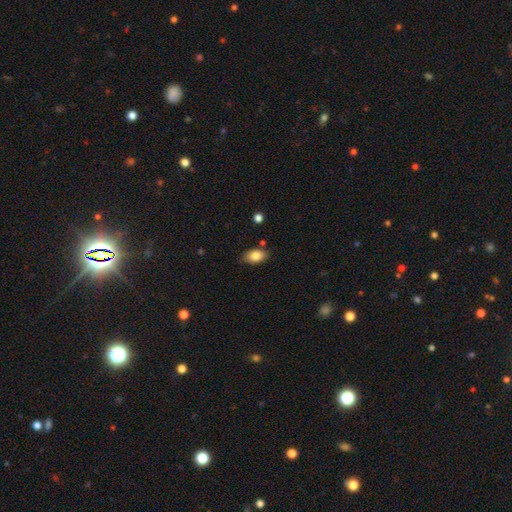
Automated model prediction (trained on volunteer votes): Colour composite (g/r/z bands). It shows a smooth galaxy with no disk features (83%) that is in between round and cigar-shaped (90%). Merging: none (81%).